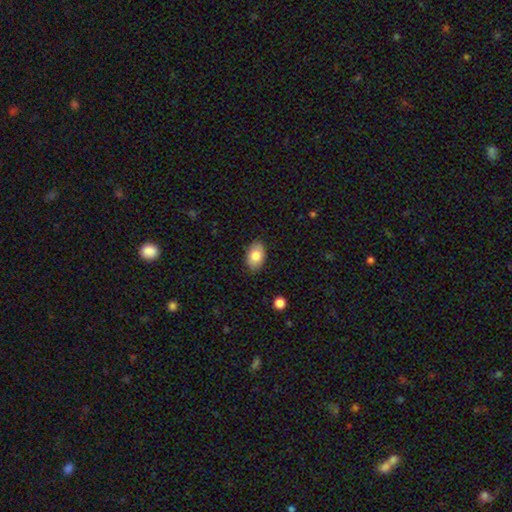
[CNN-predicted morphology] A smooth galaxy with no disk features (80%) that is in between round and cigar-shaped (87%).

Vote fractions:
- Smooth or featured? smooth: 80% / featured or disk: 13% / star or artifact: 7%
- How rounded? in between: 87% / round: 12% / cigar-shaped: 1%
- Merging? none: 86% / minor disturbance: 11% / major disturbance: 2% / merger: 1%